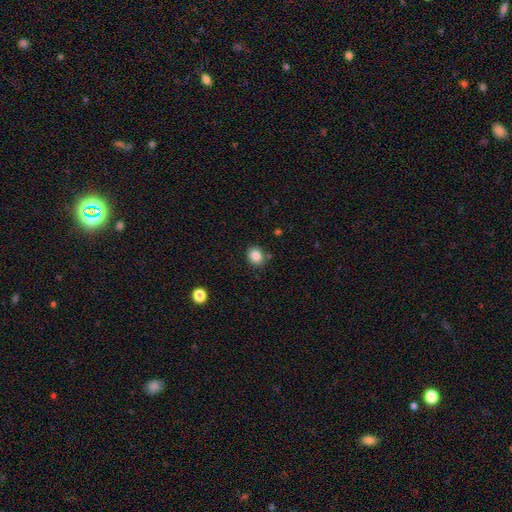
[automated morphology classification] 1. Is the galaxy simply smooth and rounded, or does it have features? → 85% smooth, 10% star or artifact, 5% featured or disk.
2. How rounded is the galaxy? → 69% round, 30% in between, 1% cigar-shaped.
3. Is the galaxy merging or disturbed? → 82% none, 10% minor disturbance, 4% merger, 3% major disturbance.